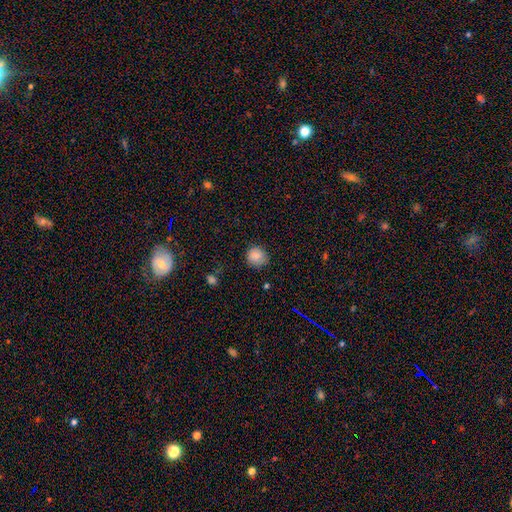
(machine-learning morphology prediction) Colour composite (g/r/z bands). It shows a smooth galaxy with no disk features (85%) that is round (91%). Merging: none (82%).